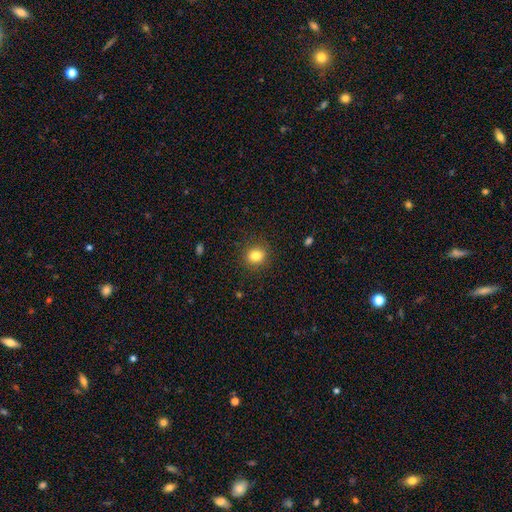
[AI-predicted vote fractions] A smooth galaxy with no disk features (83%) that is round (77%).

Vote fractions:
- Smooth or featured? smooth: 83% / star or artifact: 11% / featured or disk: 6%
- How rounded? round: 77% / in between: 22% / cigar-shaped: 1%
- Merging? none: 89% / minor disturbance: 7% / major disturbance: 3% / merger: 1%